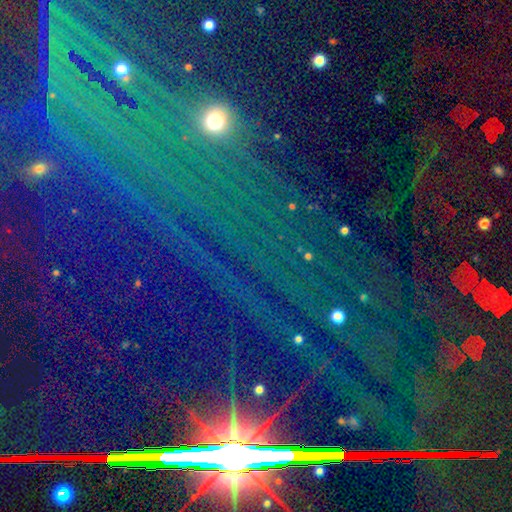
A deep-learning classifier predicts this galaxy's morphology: A star or artifact, not a galaxy (85%).

Vote fractions:
- Smooth or featured? star or artifact: 85% / featured or disk: 8% / smooth: 7%